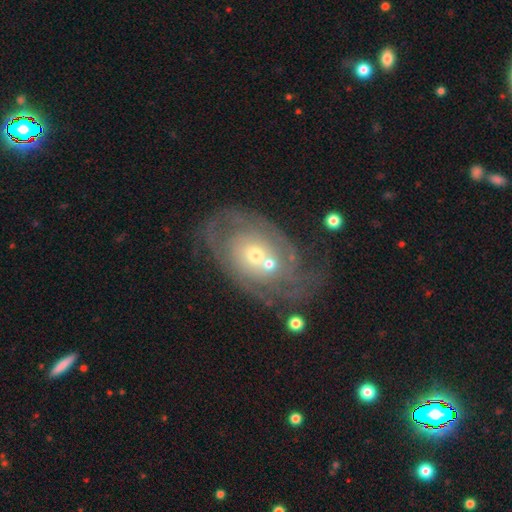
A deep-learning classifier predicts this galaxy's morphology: A featured or disk galaxy (78%) with no bar (85%), tight (68%) spiral arms (78%) and a small central bulge (50%). Merging: none (53%).